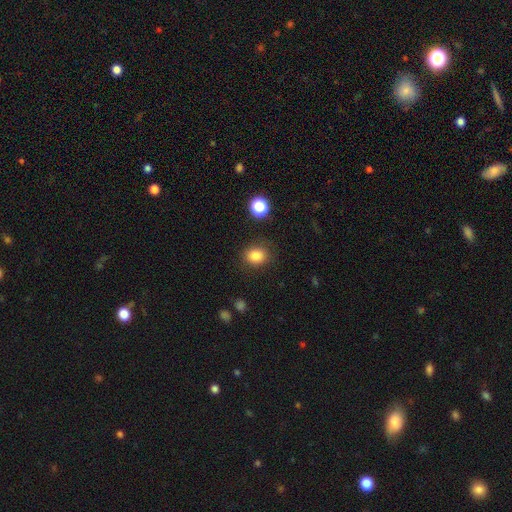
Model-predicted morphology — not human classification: The model was most divided on "how rounded": round: 57%, in between: 42%, cigar-shaped: 1%. More confident: merging — none (84%); smooth or featured — smooth (84%).